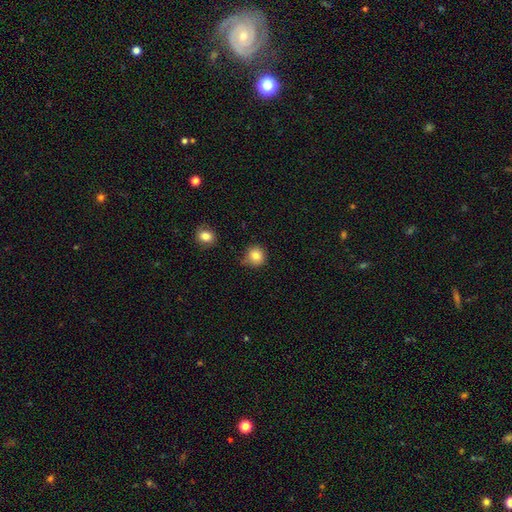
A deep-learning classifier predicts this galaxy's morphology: A smooth galaxy with no disk features (84%) that is round (91%). Merging: none (76%).